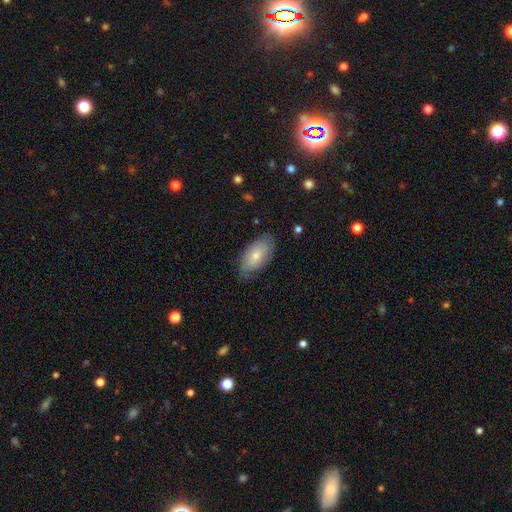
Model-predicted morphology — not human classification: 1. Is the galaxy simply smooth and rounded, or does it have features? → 72% smooth, 22% featured or disk, 6% star or artifact.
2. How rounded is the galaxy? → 93% in between, 4% cigar-shaped, 3% round.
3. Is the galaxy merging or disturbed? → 75% none, 20% minor disturbance, 4% major disturbance, 1% merger.